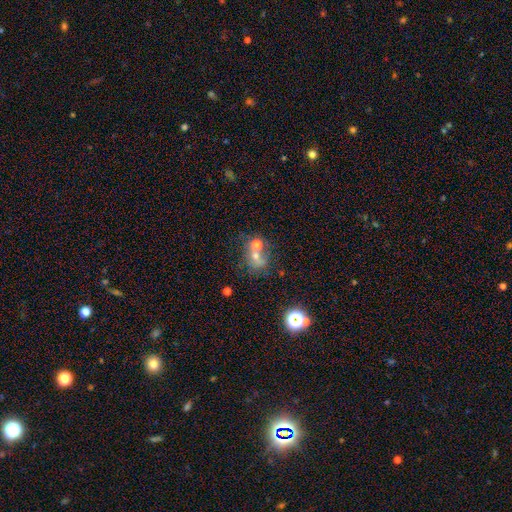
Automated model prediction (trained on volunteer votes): A smooth galaxy with no disk features (51%) that is round (70%). Merging: merger (50%).